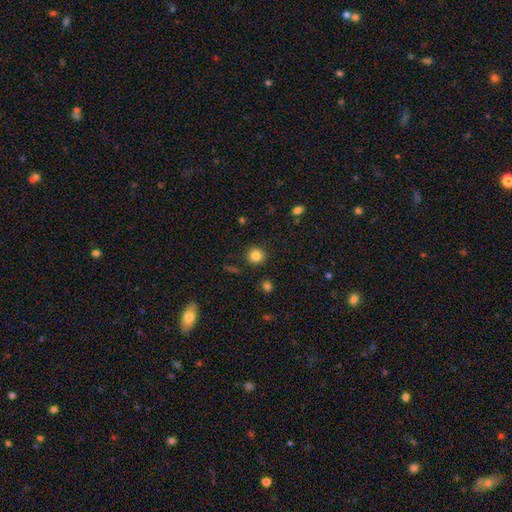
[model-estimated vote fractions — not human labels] This is clearly a smooth galaxy (84%). How rounded: clearly round (93%). Merging: clearly none (90%).